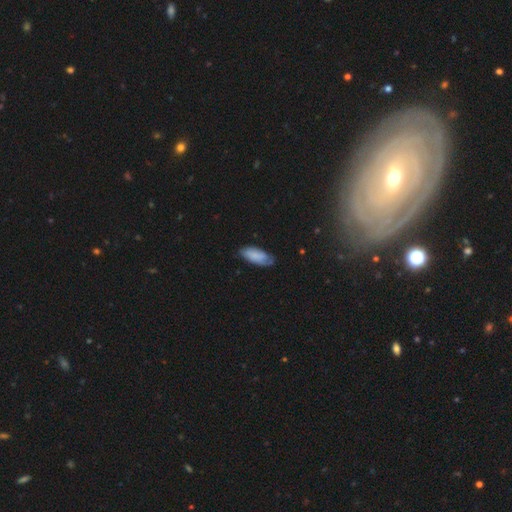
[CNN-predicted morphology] Overall: smooth (67%). How rounded: in between (82%). Merging: none (63%; minor disturbance 28%).